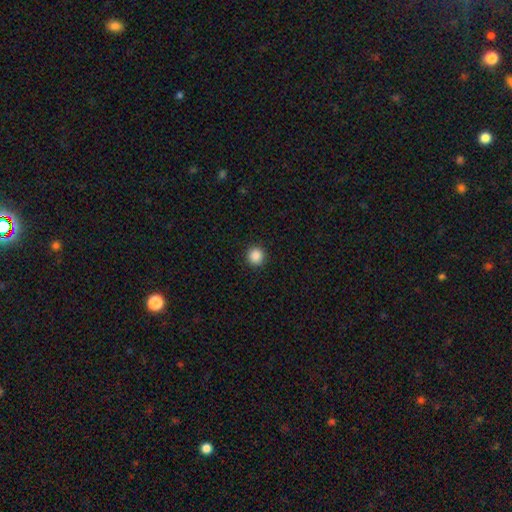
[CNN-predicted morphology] Overall: smooth (88%). How rounded: round (95%). Merging: none (93%).